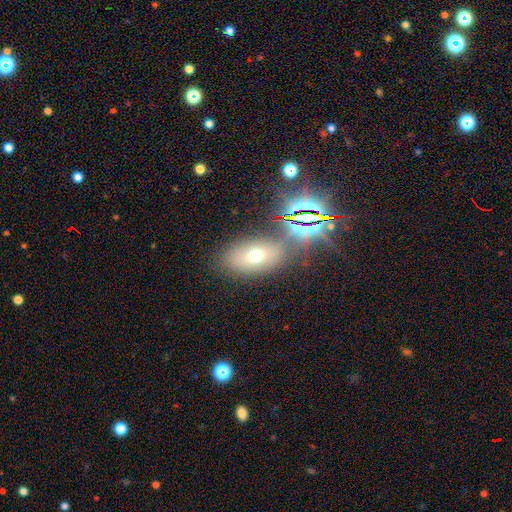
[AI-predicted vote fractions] Smooth or featured? smooth (58%)
How rounded? in between (84%)
Merging? none (73%)